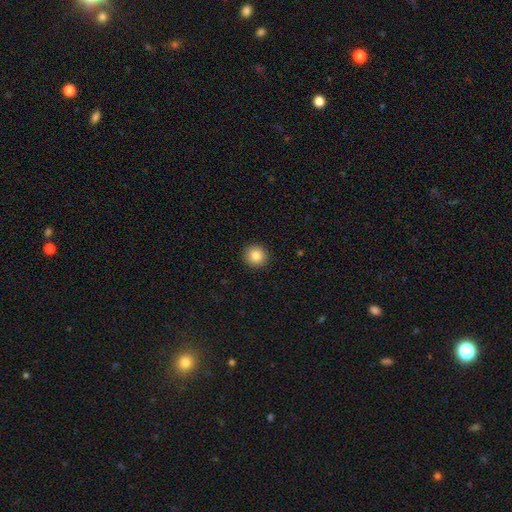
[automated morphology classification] Overall: smooth (84%). How rounded: round (94%). Merging: none (93%).